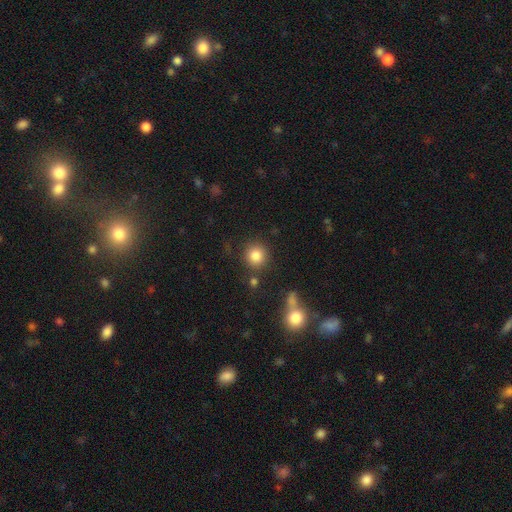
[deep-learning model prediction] smooth_or_featured: smooth (p=0.83) [alt: star or artifact p=0.11]
how_rounded: round (p=0.92) [alt: in between p=0.07]
merging: none (p=0.82) [alt: minor disturbance p=0.09]